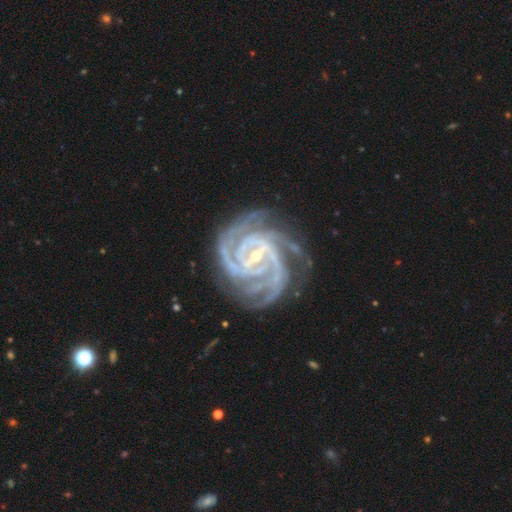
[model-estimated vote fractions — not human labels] This appears to be a featured or disk galaxy (93%) with a strong bar (45%), 4 (33%) tight (71%) spiral arms (99%) and a small central bulge (71%). Merging: none (72%).